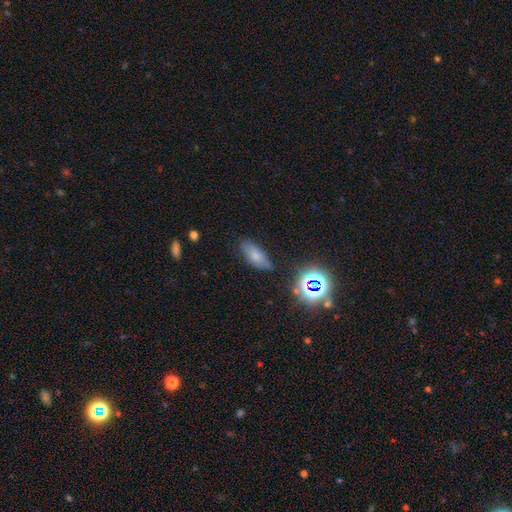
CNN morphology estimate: This is likely a smooth galaxy (71%). How rounded: likely in between (79%). Merging: likely none (74%).